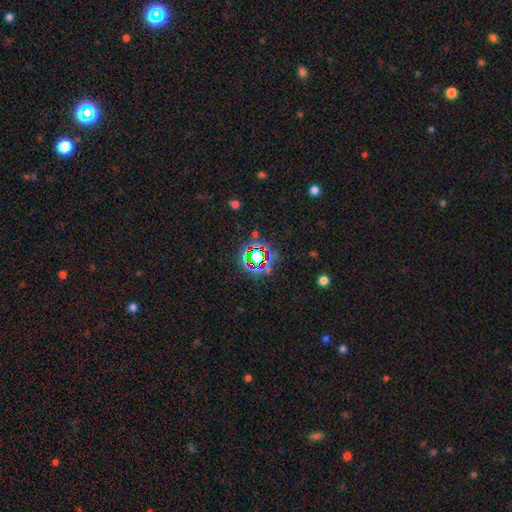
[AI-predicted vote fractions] Q: Smooth or featured?
A: star or artifact (71%); runner-up: smooth (18%)